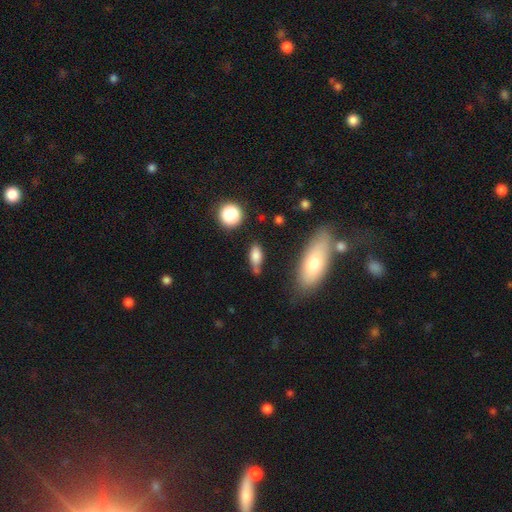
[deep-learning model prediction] This appears to be a smooth galaxy with no disk features (77%) that is in between round and cigar-shaped (77%). Merging: none (59%).